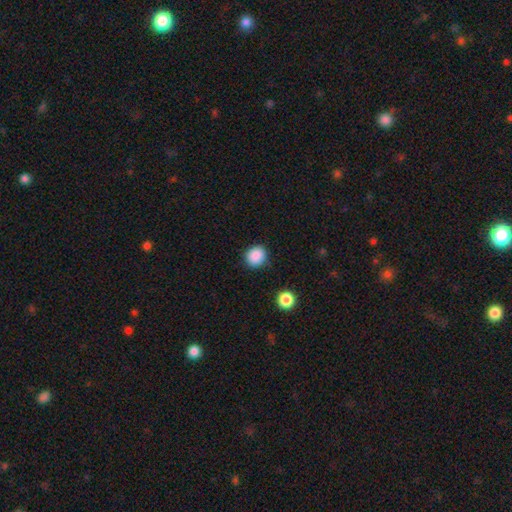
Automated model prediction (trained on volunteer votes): Smooth or featured: smooth — 88% (star or artifact — 9%)
How rounded: round — 79% (in between — 20%)
Merging: none — 87% (minor disturbance — 9%)